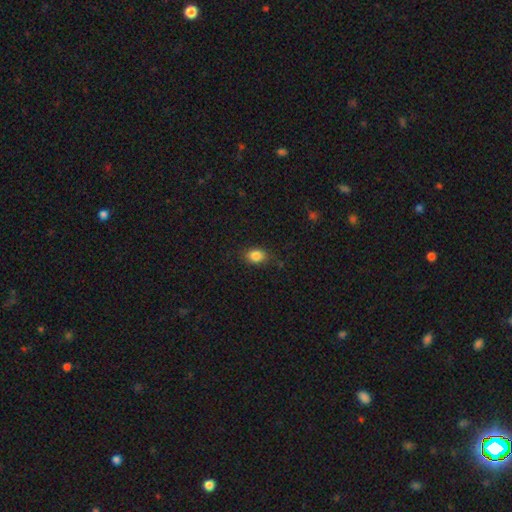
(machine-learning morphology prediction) Smooth or featured? Predicted: smooth (p=0.85). How rounded? Predicted: in between (p=0.70). Merging? Predicted: none (p=0.82).